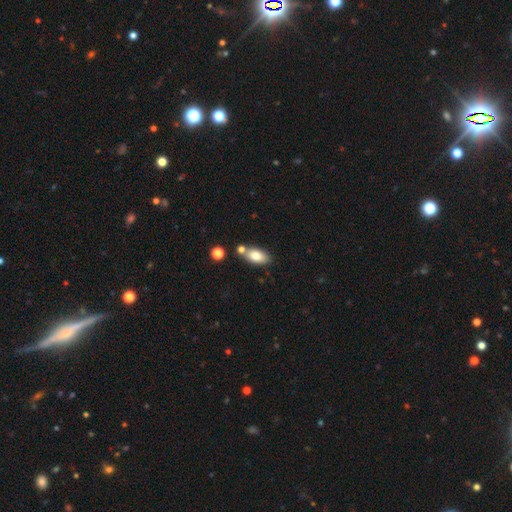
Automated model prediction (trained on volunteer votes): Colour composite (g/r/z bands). It shows a smooth galaxy with no disk features (77%) that is in between round and cigar-shaped (89%). Merging: none (65%).